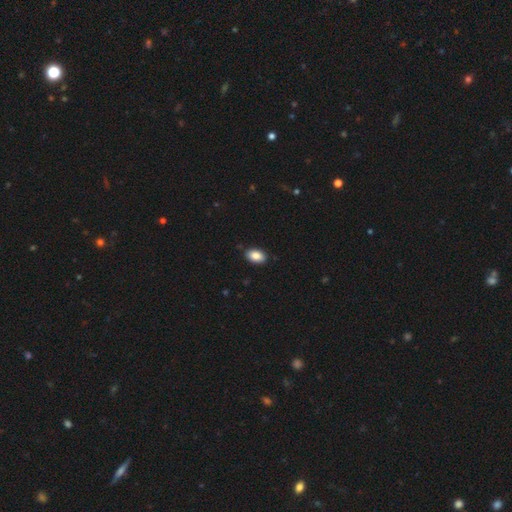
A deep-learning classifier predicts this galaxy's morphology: Smooth or featured?
  - smooth: 87% *
  - star or artifact: 7%
  - featured or disk: 5%
How rounded?
  - in between: 91% *
  - round: 7%
  - cigar-shaped: 1%
Merging?
  - none: 88% *
  - minor disturbance: 9%
  - major disturbance: 2%
  - merger: 1%